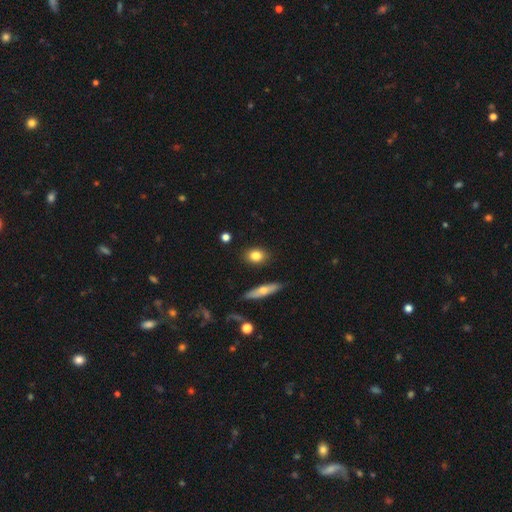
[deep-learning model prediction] smooth_or_featured: smooth (p=0.81) [alt: featured or disk p=0.11]
how_rounded: in between (p=0.58) [alt: round p=0.37]
merging: none (p=0.86) [alt: minor disturbance p=0.09]